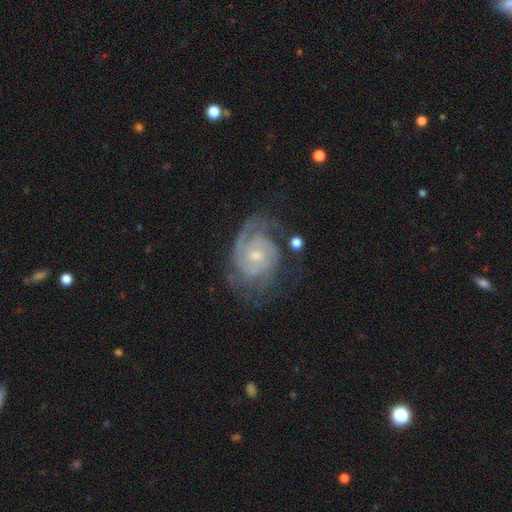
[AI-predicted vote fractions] Morphology: type=featured or disk (89%); edge-on=no (98%); bar=no (65%); spiral arms=yes (97%); winding=tight (63%); arm count=2 (35%); bulge=small (58%); merging=none (62%).